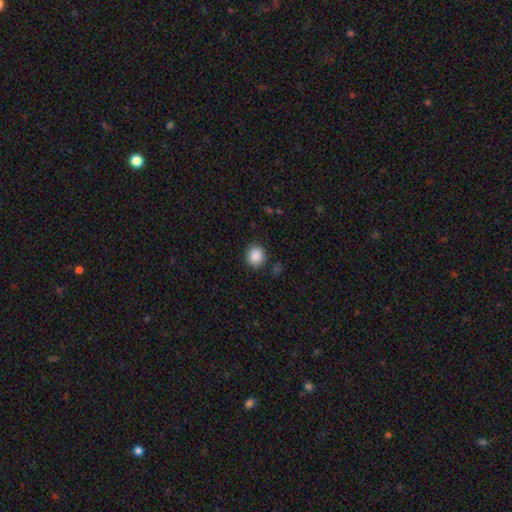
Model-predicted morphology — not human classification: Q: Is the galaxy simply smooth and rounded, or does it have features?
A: smooth — 88%.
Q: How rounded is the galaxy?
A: round — 87%.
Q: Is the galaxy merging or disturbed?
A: none — 89%.